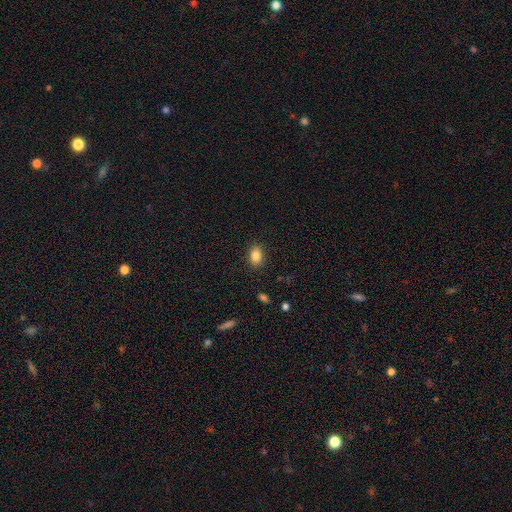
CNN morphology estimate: This is clearly a smooth galaxy (85%). How rounded: clearly in between (81%). Merging: clearly none (88%).